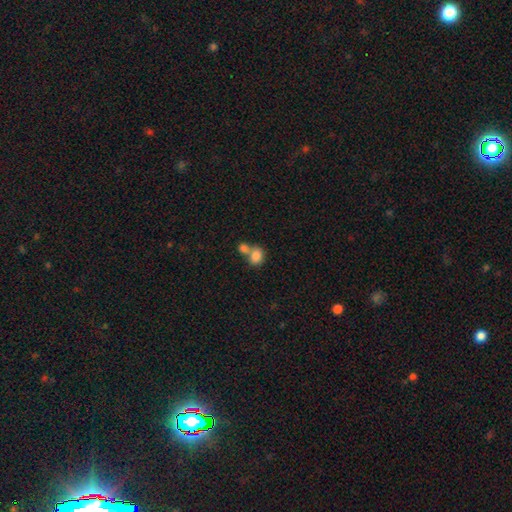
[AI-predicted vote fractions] Smooth or featured? smooth (82%)
How rounded? in between (52%)
Merging? merger (57%)